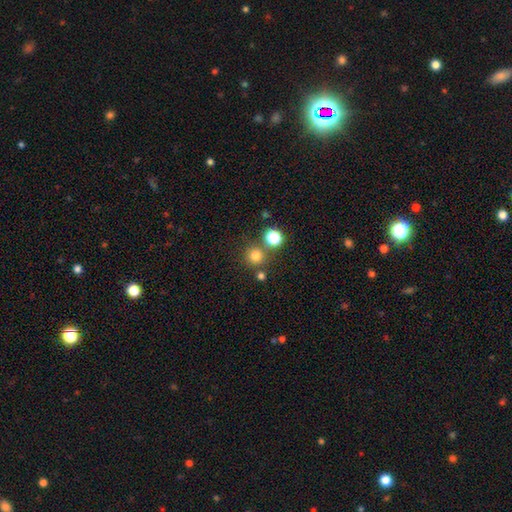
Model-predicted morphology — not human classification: This appears to be a smooth galaxy with no disk features (77%) that is round (94%). Merging: none (75%).